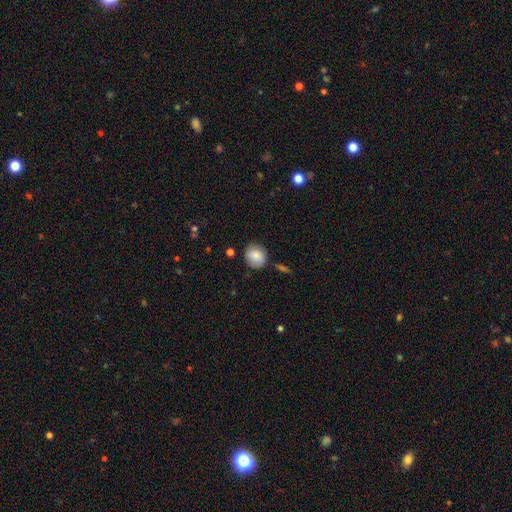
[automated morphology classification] The model was most divided on "how rounded": round: 74%, in between: 25%, cigar-shaped: 1%. More confident: smooth or featured — smooth (80%); merging — none (71%).